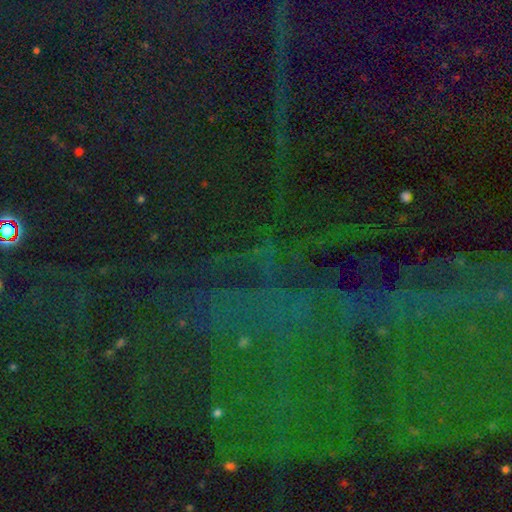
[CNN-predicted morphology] smooth-or-featured: star or artifact: 84% | smooth: 9% | featured or disk: 8%